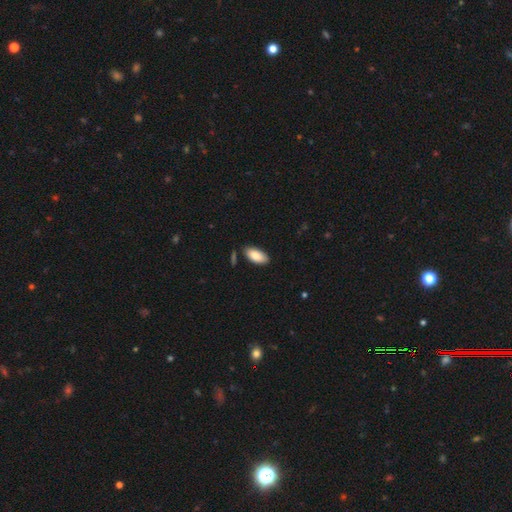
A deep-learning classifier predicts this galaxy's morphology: A smooth galaxy with no disk features (86%) that is in between round and cigar-shaped (92%).

Vote fractions:
- Smooth or featured? smooth: 86% / featured or disk: 8% / star or artifact: 6%
- How rounded? in between: 92% / cigar-shaped: 6% / round: 2%
- Merging? none: 83% / minor disturbance: 12% / merger: 3% / major disturbance: 2%